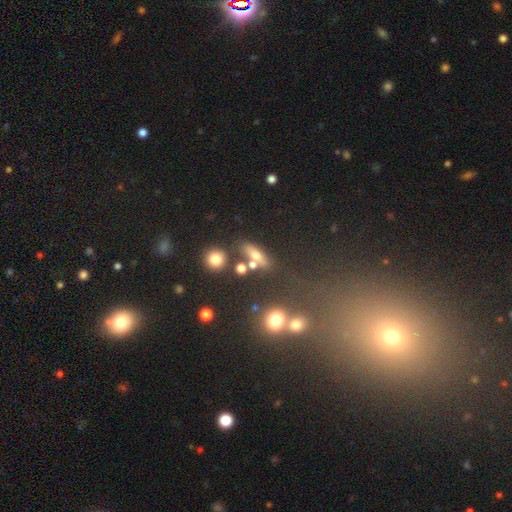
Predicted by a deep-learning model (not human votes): A smooth galaxy with no disk features (58%) that is cigar-shaped (42%). Merging: none (62%).